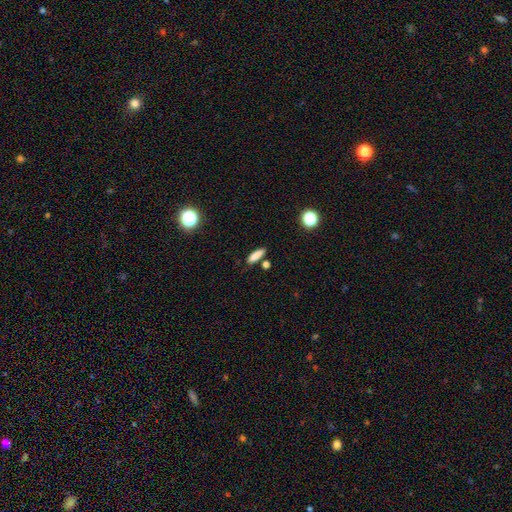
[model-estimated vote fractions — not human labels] smooth 83%, star or artifact 9%, featured or disk 8%. Down the decision tree: how rounded — cigar-shaped (60%); merging — none (78%).